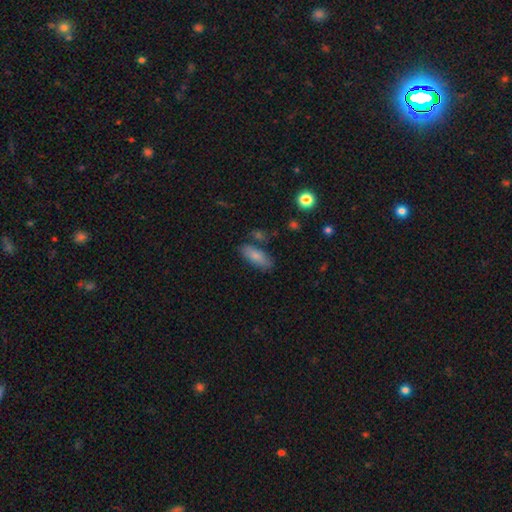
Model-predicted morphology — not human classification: smooth_or_featured: smooth (p=0.80) [alt: featured or disk p=0.13]
how_rounded: in between (p=0.75) [alt: cigar-shaped p=0.23]
merging: none (p=0.73) [alt: minor disturbance p=0.15]